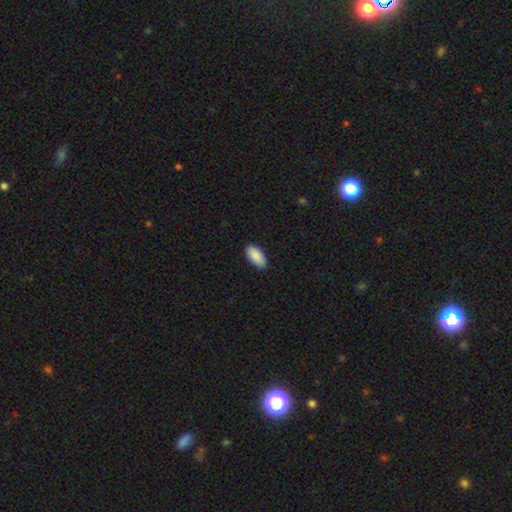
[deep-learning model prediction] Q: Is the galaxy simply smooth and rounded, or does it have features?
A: smooth — 89%.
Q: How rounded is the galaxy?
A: in between — 94%.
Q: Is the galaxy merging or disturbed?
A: none — 86%.